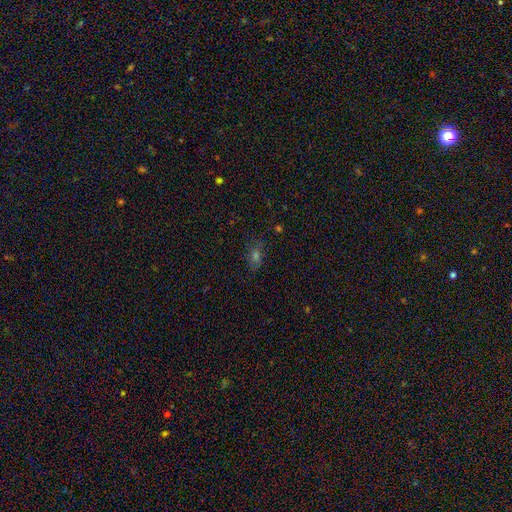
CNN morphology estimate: This is marginally a smooth galaxy (45%). Merging: likely none (73%).